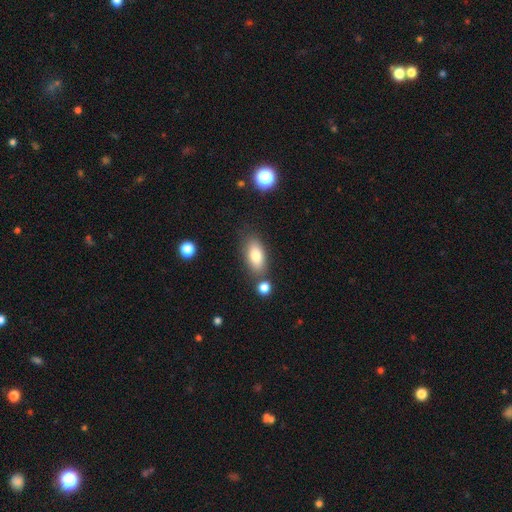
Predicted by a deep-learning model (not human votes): Overall: smooth (80%). How rounded: in between (88%). Merging: none (72%).